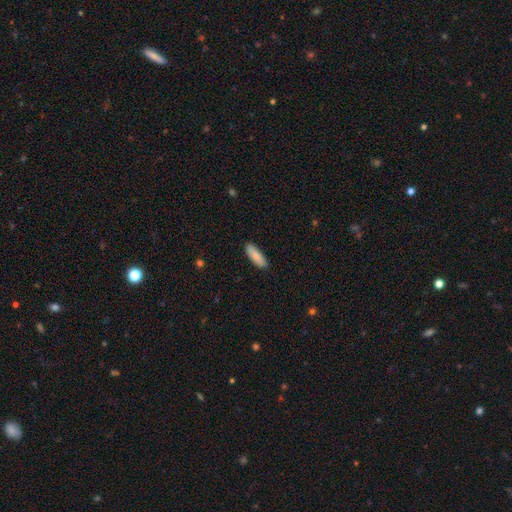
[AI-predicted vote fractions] Smooth or featured? smooth (87%)
How rounded? in between (55%)
Merging? none (89%)